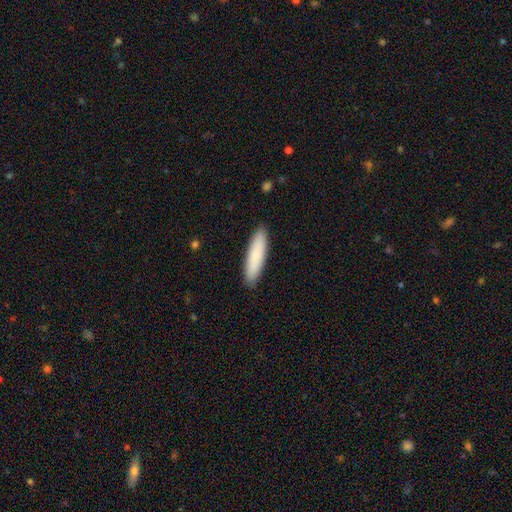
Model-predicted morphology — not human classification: Smooth or featured?
  - smooth: 84% *
  - featured or disk: 10%
  - star or artifact: 5%
How rounded?
  - cigar-shaped: 78% *
  - in between: 20%
  - round: 1%
Merging?
  - none: 91% *
  - minor disturbance: 7%
  - major disturbance: 1%
  - merger: 1%